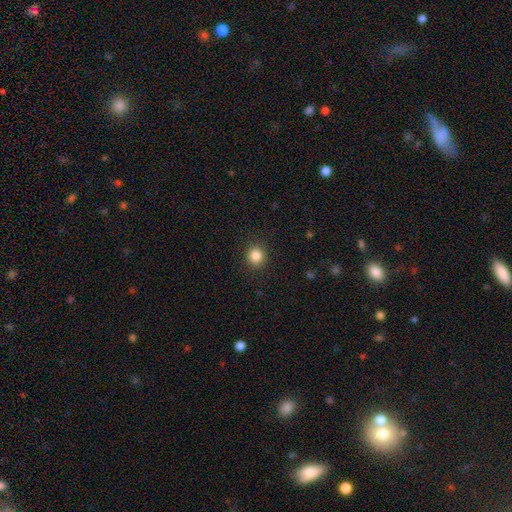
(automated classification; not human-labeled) Overall: smooth (85%). How rounded: round (91%). Merging: none (91%).